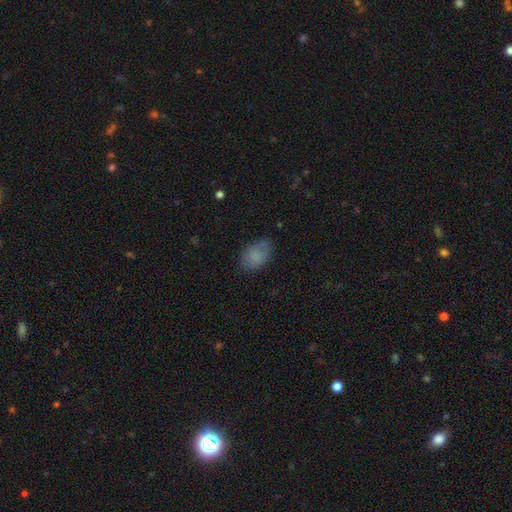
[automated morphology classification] A smooth galaxy with no disk features (81%) that is in between round and cigar-shaped (88%).

Vote fractions:
- Smooth or featured? smooth: 81% / featured or disk: 11% / star or artifact: 9%
- How rounded? in between: 88% / round: 11% / cigar-shaped: 1%
- Merging? none: 74% / minor disturbance: 20% / major disturbance: 5% / merger: 1%